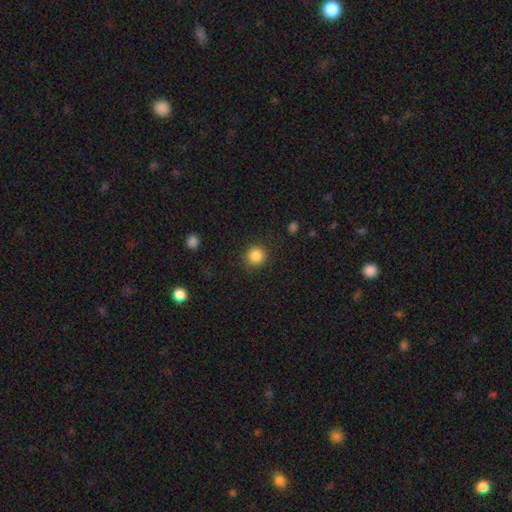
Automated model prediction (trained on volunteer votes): Smooth or featured?
  - smooth: 86% *
  - star or artifact: 10%
  - featured or disk: 4%
How rounded?
  - round: 93% *
  - in between: 6%
  - cigar-shaped: 1%
Merging?
  - none: 90% *
  - minor disturbance: 6%
  - major disturbance: 3%
  - merger: 1%